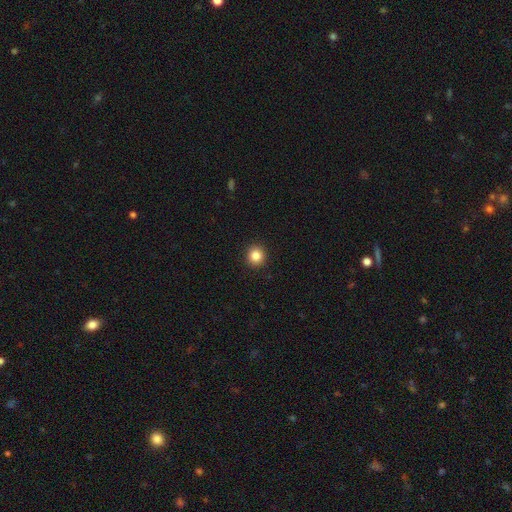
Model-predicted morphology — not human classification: A smooth galaxy with no disk features (85%) that is round (89%).

Vote fractions:
- Smooth or featured? smooth: 85% / star or artifact: 11% / featured or disk: 4%
- How rounded? round: 89% / in between: 10% / cigar-shaped: 1%
- Merging? none: 93% / minor disturbance: 5% / major disturbance: 2% / merger: 1%